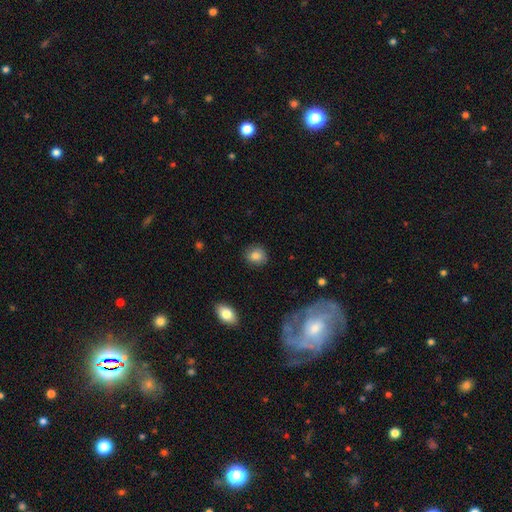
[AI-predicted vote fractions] Smooth or featured? Predicted: smooth (p=0.84). How rounded? Predicted: round (p=0.72). Merging? Predicted: none (p=0.85).